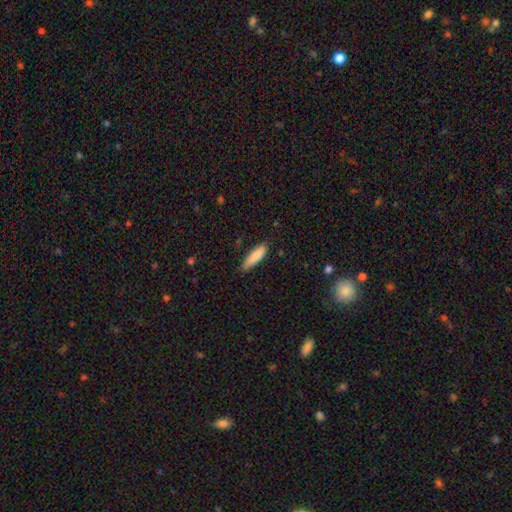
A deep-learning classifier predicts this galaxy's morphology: Q: Smooth or featured?
A: smooth (82%); runner-up: featured or disk (13%)
Q: How rounded?
A: cigar-shaped (62%); runner-up: in between (36%)
Q: Merging?
A: none (82%); runner-up: minor disturbance (14%)